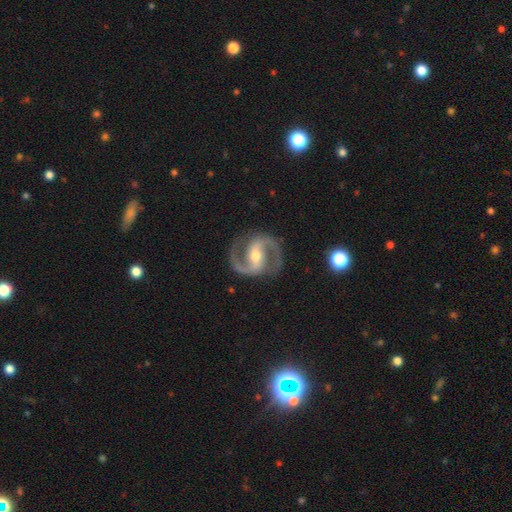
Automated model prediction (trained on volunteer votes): Smooth or featured?
  - featured or disk: 93% *
  - star or artifact: 4%
  - smooth: 3%
Edge-on disk?
  - no: 98% *
  - yes: 2%
Bar?
  - strong: 43% *
  - weak: 38%
  - no: 19%
Spiral arms?
  - yes: 98% *
  - no: 2%
Spiral winding?
  - medium: 69% *
  - tight: 17%
  - loose: 14%
Spiral arm count?
  - 2: 95% *
  - can't tell: 1%
  - 3: 1%
  - 1: 1%
  - 4: 1%
  - more than 4: 1%
Bulge size?
  - moderate: 66% *
  - small: 29%
  - large: 4%
  - none: 1%
  - dominant: 1%
Merging?
  - none: 87% *
  - minor disturbance: 9%
  - major disturbance: 3%
  - merger: 1%